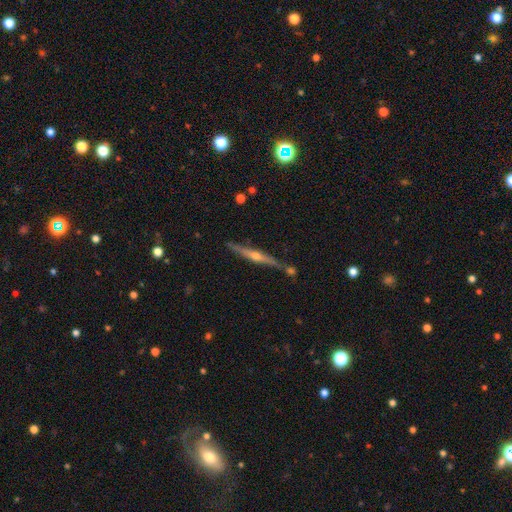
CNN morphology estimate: smooth-or-featured: featured or disk: 79% | smooth: 14% | star or artifact: 7%
  disk-edge-on: yes: 97% | no: 3%
    edge-on-bulge: rounded: 88% | none: 8% | boxy: 4%
  merging: none: 80% | minor disturbance: 11% | merger: 7% | major disturbance: 3%